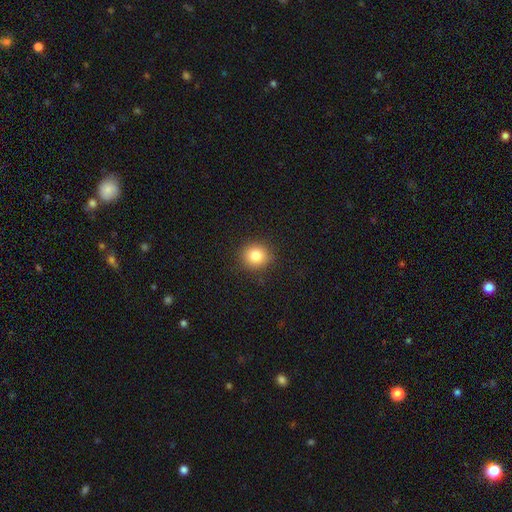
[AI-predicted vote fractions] Morphology: type=smooth (83%); roundness=round (84%); merging=none (90%).